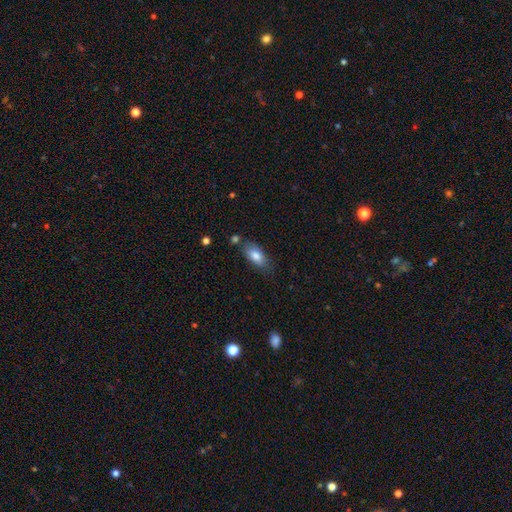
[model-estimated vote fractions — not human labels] This appears to be a smooth galaxy with no disk features (81%) that is in between round and cigar-shaped (87%). Merging: none (68%).